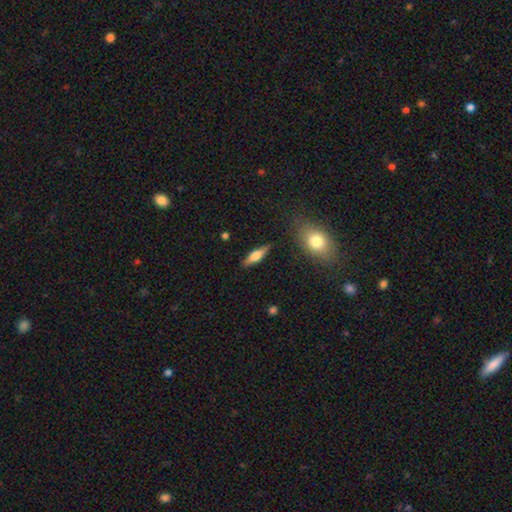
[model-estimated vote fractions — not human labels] Q: Smooth or featured?
A: smooth (52%); runner-up: featured or disk (41%)
Q: How rounded?
A: cigar-shaped (58%); runner-up: in between (39%)
Q: Merging?
A: none (85%); runner-up: minor disturbance (10%)